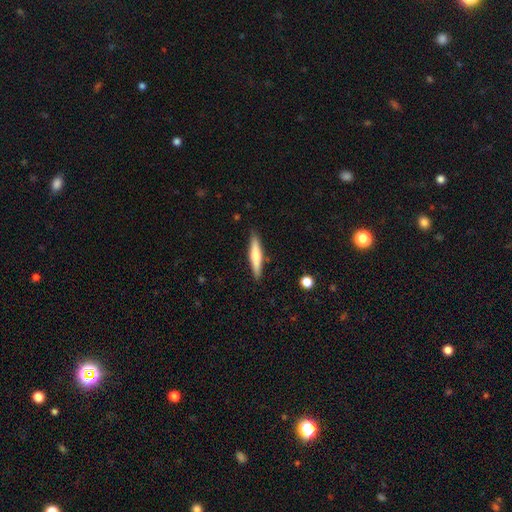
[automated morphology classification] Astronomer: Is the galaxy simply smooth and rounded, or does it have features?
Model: smooth — 61%.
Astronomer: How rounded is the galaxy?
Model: cigar-shaped — 89%.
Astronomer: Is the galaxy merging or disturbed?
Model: none — 88%.